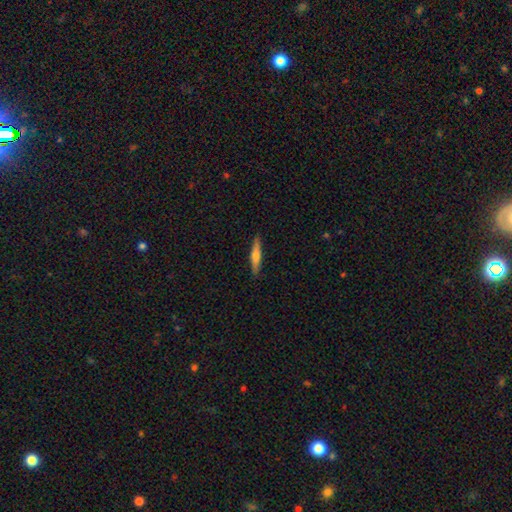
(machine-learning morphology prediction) The model was most divided on "smooth or featured": smooth: 55%, featured or disk: 39%, star or artifact: 6%. More confident: merging — none (89%); how rounded — cigar-shaped (88%).